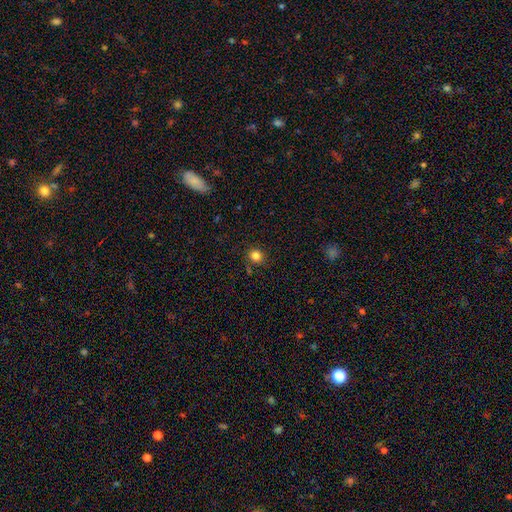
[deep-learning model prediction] Morphology: type=smooth (82%); roundness=round (83%); merging=none (84%).